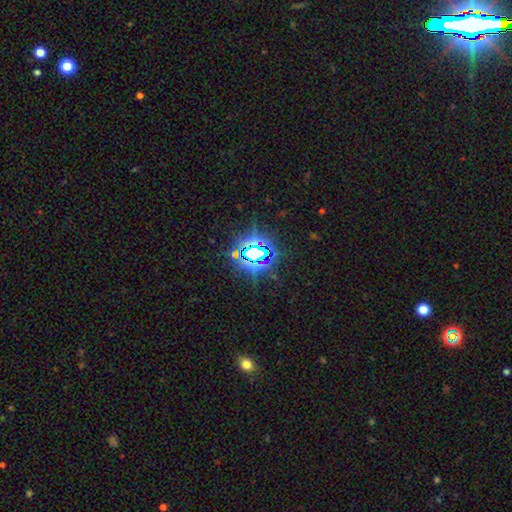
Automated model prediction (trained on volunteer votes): Q: Smooth or featured?
A: star or artifact (79%); runner-up: smooth (12%)